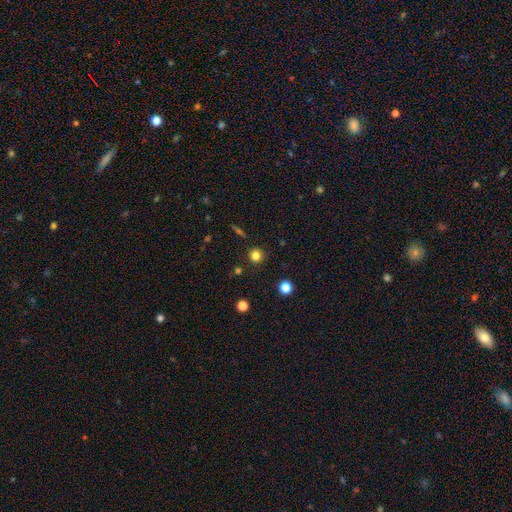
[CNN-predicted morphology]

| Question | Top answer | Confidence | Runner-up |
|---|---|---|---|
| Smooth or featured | smooth | 79% | star or artifact (15%) |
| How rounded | round | 94% | in between (5%) |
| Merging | none | 89% | minor disturbance (6%) |